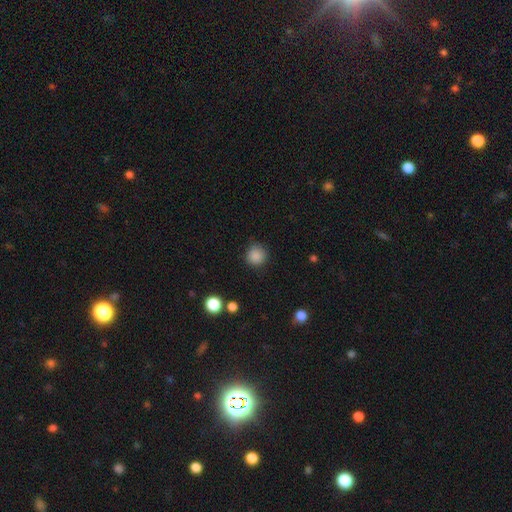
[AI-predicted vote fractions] smooth-or-featured: smooth: 86% | star or artifact: 11% | featured or disk: 3%
  how-rounded: round: 93% | in between: 6% | cigar-shaped: 1%
  merging: none: 86% | minor disturbance: 9% | major disturbance: 3% | merger: 1%